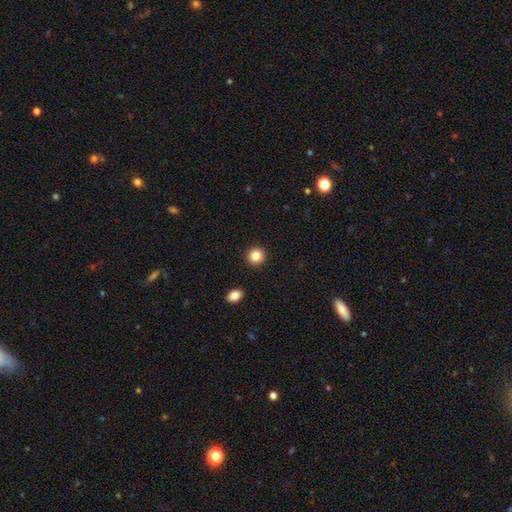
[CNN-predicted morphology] Smooth or featured: smooth — 85% (star or artifact — 10%)
How rounded: round — 93% (in between — 6%)
Merging: none — 93% (minor disturbance — 4%)